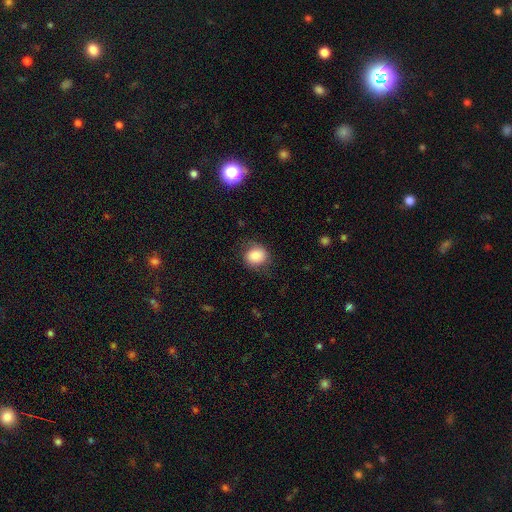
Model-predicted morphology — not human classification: Smooth or featured?
  - smooth: 81% *
  - featured or disk: 10%
  - star or artifact: 9%
How rounded?
  - round: 72% *
  - in between: 27%
  - cigar-shaped: 1%
Merging?
  - none: 72% *
  - minor disturbance: 19%
  - major disturbance: 7%
  - merger: 1%